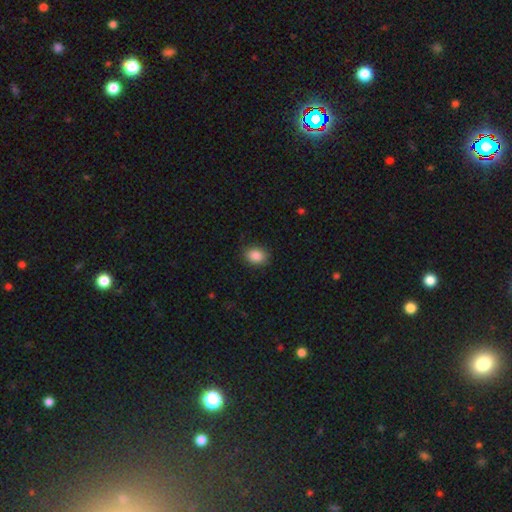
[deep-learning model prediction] Overall: smooth (87%). How rounded: in between (58%; round 41%). Merging: none (87%).